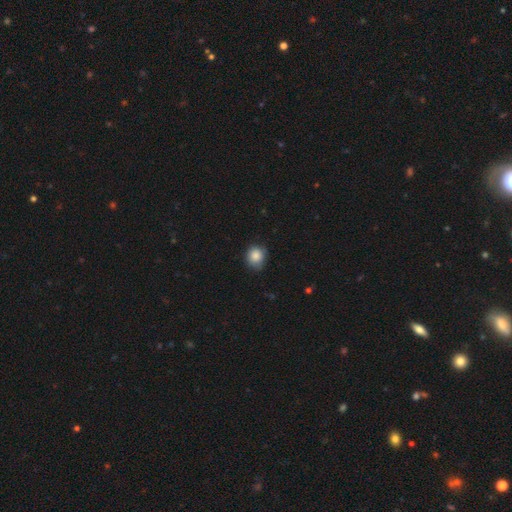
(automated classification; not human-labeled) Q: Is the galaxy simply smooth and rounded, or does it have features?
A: smooth — 86%.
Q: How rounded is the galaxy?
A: round — 78%.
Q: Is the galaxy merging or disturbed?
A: none — 77%.